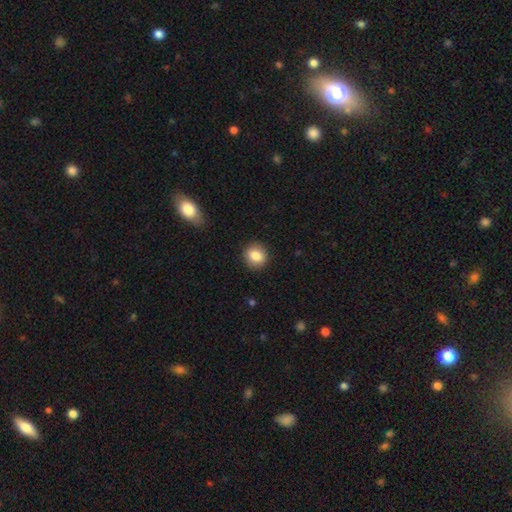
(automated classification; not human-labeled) Smooth or featured?
  - smooth: 84% *
  - star or artifact: 9%
  - featured or disk: 7%
How rounded?
  - round: 78% *
  - in between: 21%
  - cigar-shaped: 1%
Merging?
  - none: 89% *
  - minor disturbance: 8%
  - major disturbance: 2%
  - merger: 1%